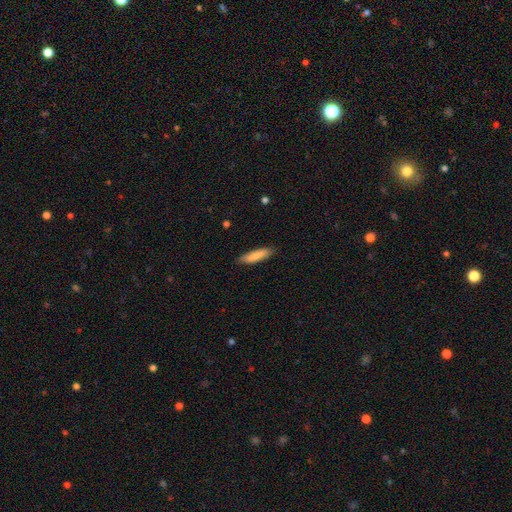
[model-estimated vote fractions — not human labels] smooth 83%, featured or disk 11%, star or artifact 6%. Down the decision tree: how rounded — cigar-shaped (75%); merging — none (87%).